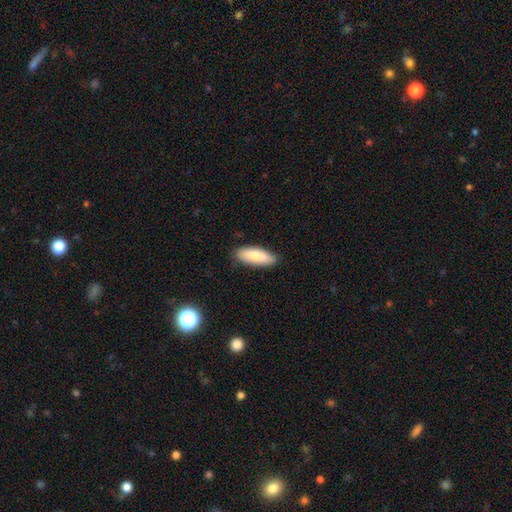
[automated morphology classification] Smooth or featured: smooth — 83% (featured or disk — 12%)
How rounded: in between — 70% (cigar-shaped — 28%)
Merging: none — 84% (minor disturbance — 13%)